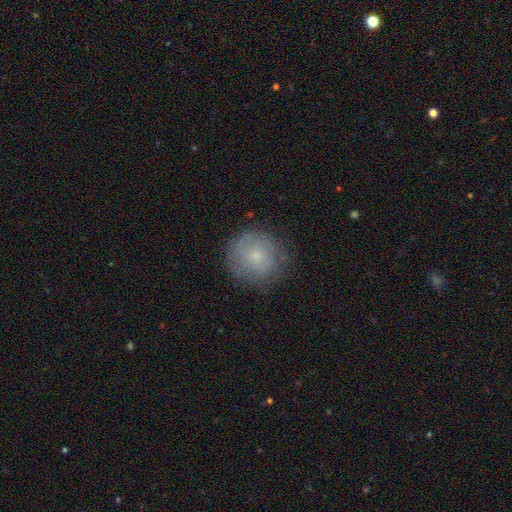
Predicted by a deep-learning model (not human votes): A smooth galaxy with no disk features (58%) that is round (89%).

Vote fractions:
- Smooth or featured? smooth: 58% / featured or disk: 31% / star or artifact: 11%
- How rounded? round: 89% / in between: 10% / cigar-shaped: 1%
- Merging? none: 78% / minor disturbance: 16% / major disturbance: 5% / merger: 1%